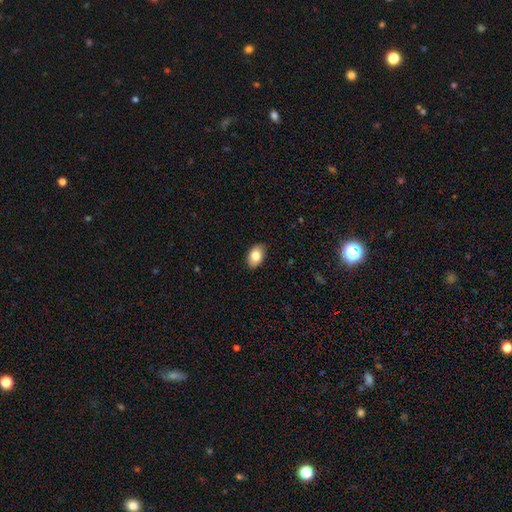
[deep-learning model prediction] Smooth or featured? smooth (83%)
How rounded? in between (90%)
Merging? none (88%)